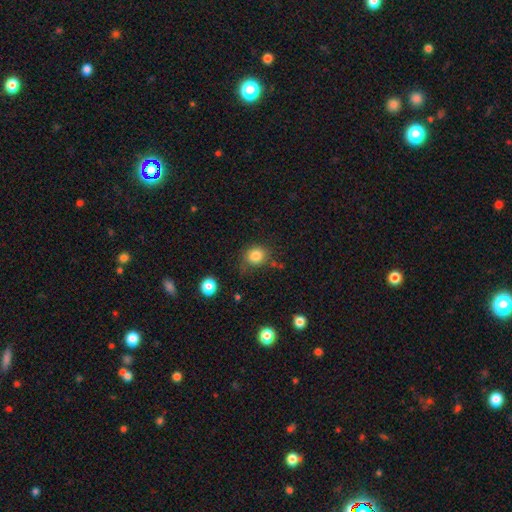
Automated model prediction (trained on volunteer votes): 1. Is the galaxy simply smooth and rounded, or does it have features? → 83% smooth, 11% star or artifact, 6% featured or disk.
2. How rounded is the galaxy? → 78% round, 21% in between, 1% cigar-shaped.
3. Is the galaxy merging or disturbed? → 70% none, 20% minor disturbance, 7% major disturbance, 4% merger.